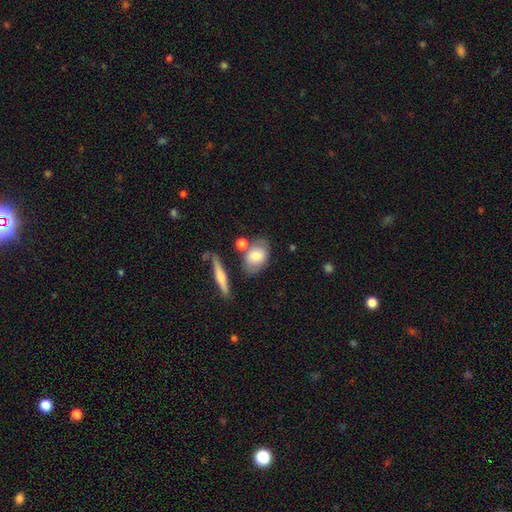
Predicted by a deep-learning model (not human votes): smooth_or_featured: smooth (p=0.72) [alt: featured or disk p=0.22]
how_rounded: in between (p=0.79) [alt: round p=0.18]
merging: none (p=0.58) [alt: minor disturbance p=0.18]